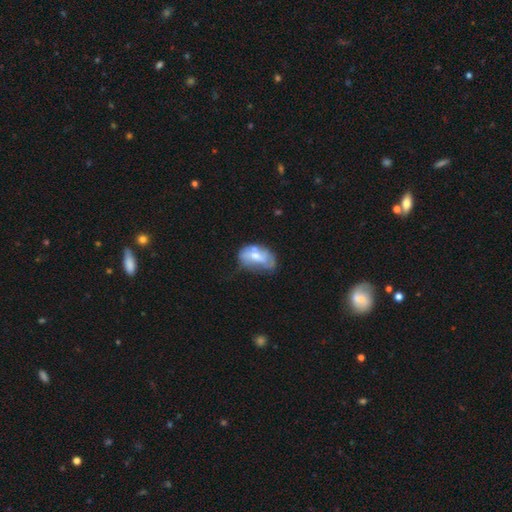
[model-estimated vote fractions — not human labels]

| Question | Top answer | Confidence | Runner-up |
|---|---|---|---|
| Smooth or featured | smooth | 48% | featured or disk (44%) |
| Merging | none | 36% | minor disturbance (34%) |